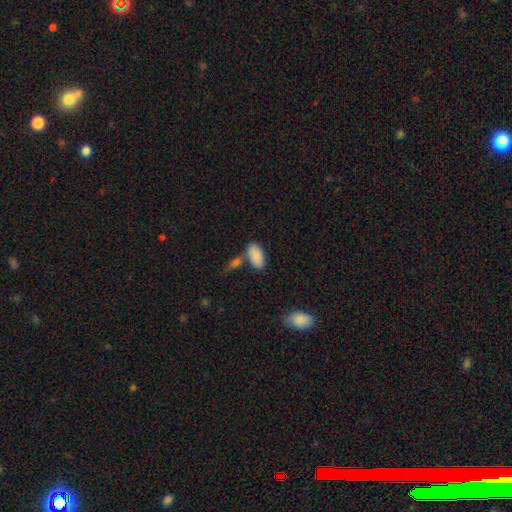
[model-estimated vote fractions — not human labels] Overall: smooth (88%). How rounded: in between (94%). Merging: none (61%; merger 21%).